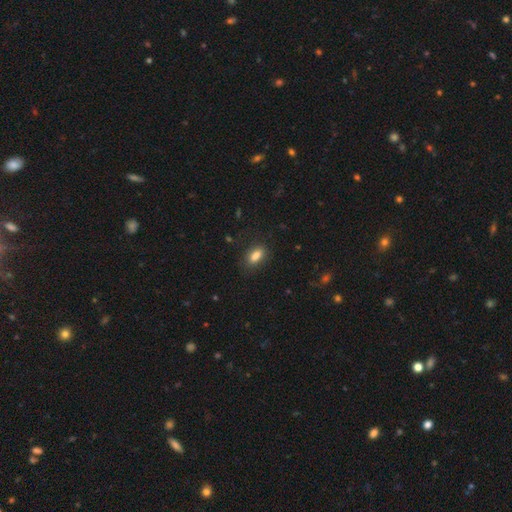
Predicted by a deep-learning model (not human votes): Overall: smooth (84%). How rounded: in between (86%). Merging: none (81%).